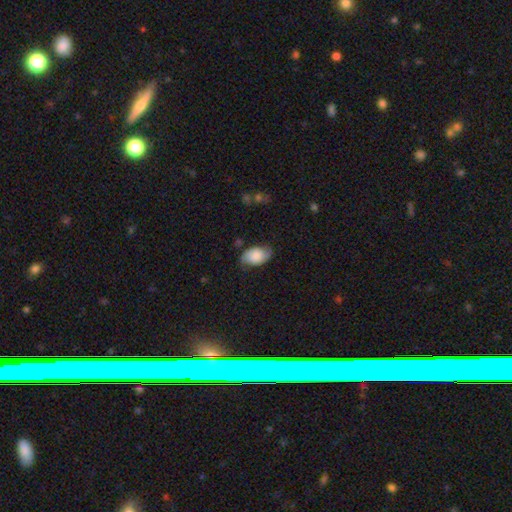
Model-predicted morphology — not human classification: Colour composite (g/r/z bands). It shows a smooth galaxy with no disk features (65%) that is in between round and cigar-shaped (90%). Merging: none (65%).